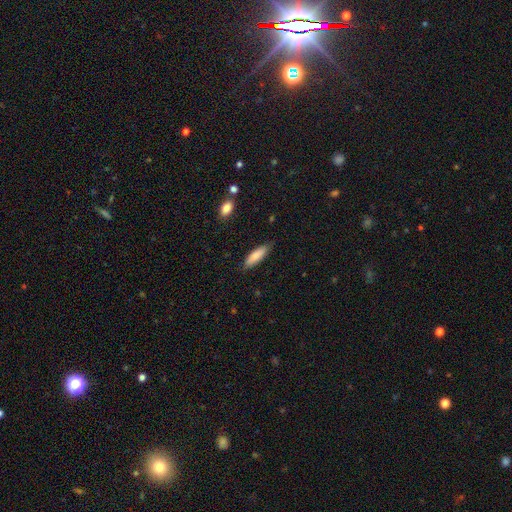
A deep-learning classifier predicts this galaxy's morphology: Overall: smooth (83%). How rounded: cigar-shaped (53%; in between 46%). Merging: none (79%).